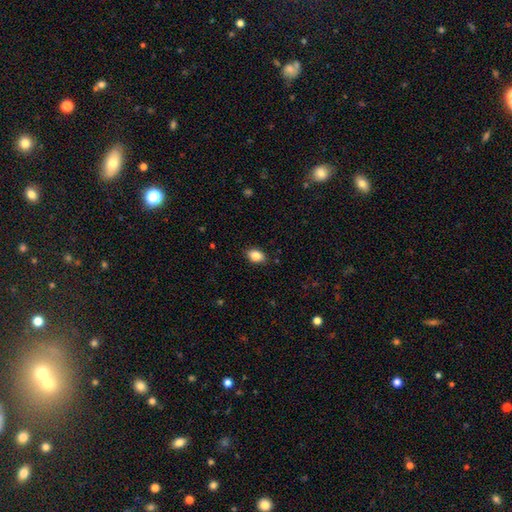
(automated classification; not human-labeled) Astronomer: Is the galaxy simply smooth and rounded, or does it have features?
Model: smooth — 84%.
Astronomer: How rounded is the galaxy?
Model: in between — 83%.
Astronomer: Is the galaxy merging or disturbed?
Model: none — 87%.